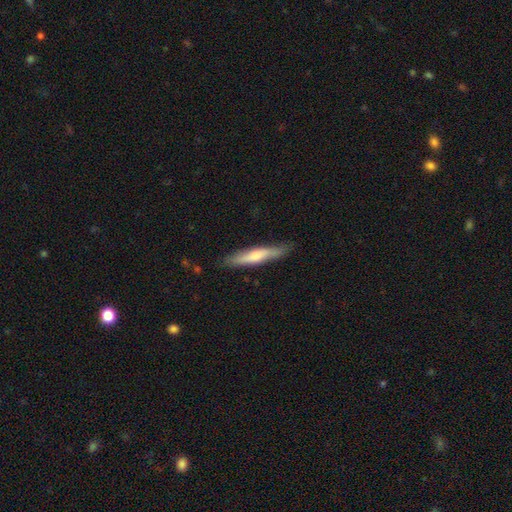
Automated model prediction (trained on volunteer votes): smooth_or_featured: smooth (p=0.56) [alt: featured or disk p=0.39]
how_rounded: cigar-shaped (p=0.91) [alt: in between p=0.07]
merging: none (p=0.83) [alt: minor disturbance p=0.13]